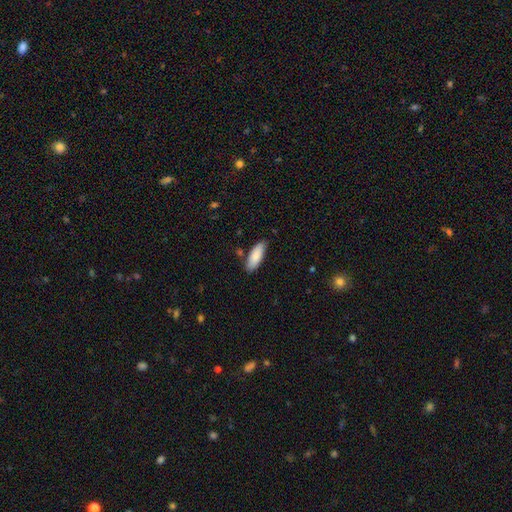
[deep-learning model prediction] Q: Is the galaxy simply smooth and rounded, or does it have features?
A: smooth — 86%.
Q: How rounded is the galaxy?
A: in between — 71%.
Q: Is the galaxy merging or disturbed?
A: none — 80%.